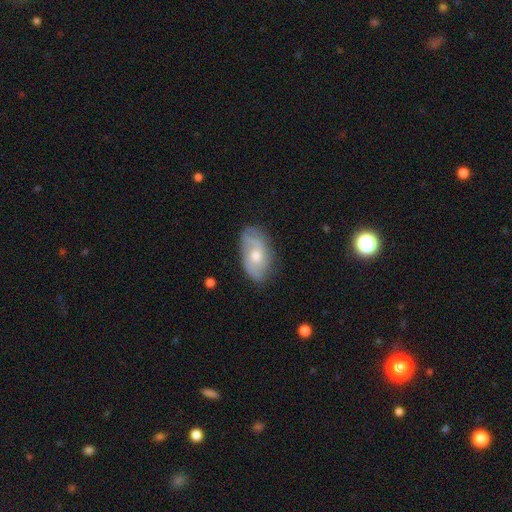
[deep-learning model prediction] Smooth or featured? featured or disk (56%)
Edge-on disk? no (92%)
Bar? no (72%)
Spiral arms? yes (74%)
Bulge size? moderate (70%)
Merging? none (69%)